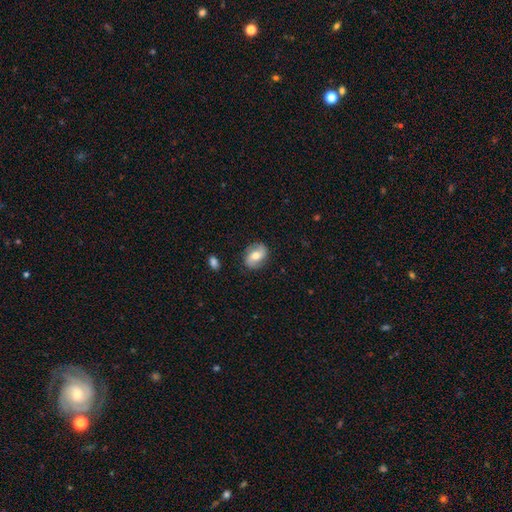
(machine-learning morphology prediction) A featured or disk galaxy (50%). Merging: none (81%).